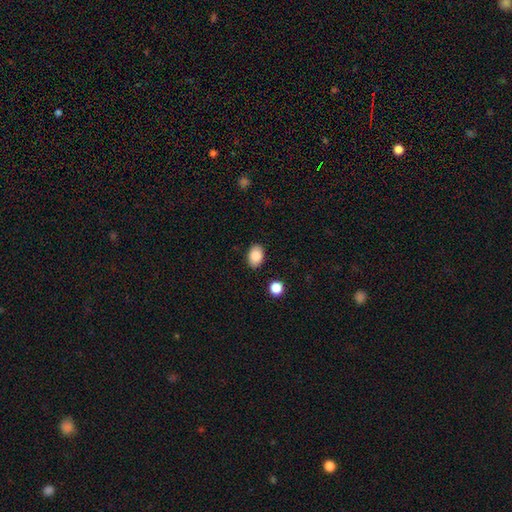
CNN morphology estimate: This is clearly a smooth galaxy (85%). How rounded: clearly in between (82%). Merging: clearly none (88%).